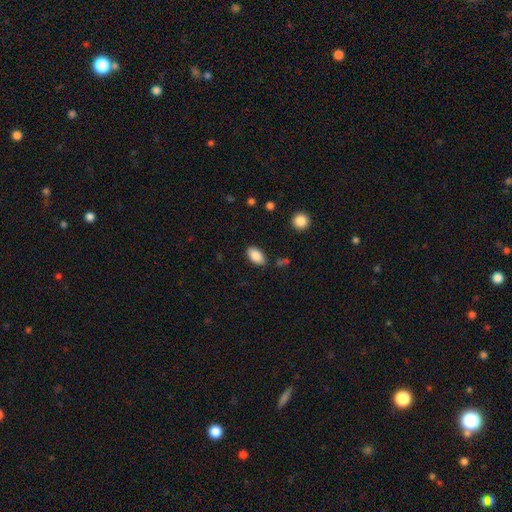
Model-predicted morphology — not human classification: Q: Smooth or featured?
A: smooth (86%); runner-up: star or artifact (8%)
Q: How rounded?
A: in between (93%); runner-up: round (4%)
Q: Merging?
A: none (84%); runner-up: minor disturbance (11%)